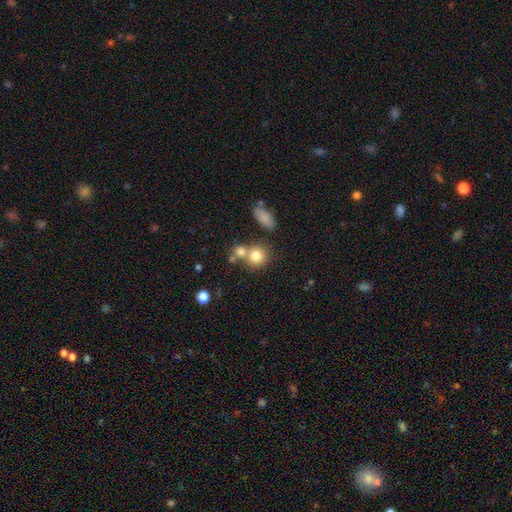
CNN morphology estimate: smooth_or_featured: smooth (p=0.78) [alt: featured or disk p=0.11]
how_rounded: round (p=0.80) [alt: in between p=0.18]
merging: none (p=0.49) [alt: merger p=0.37]